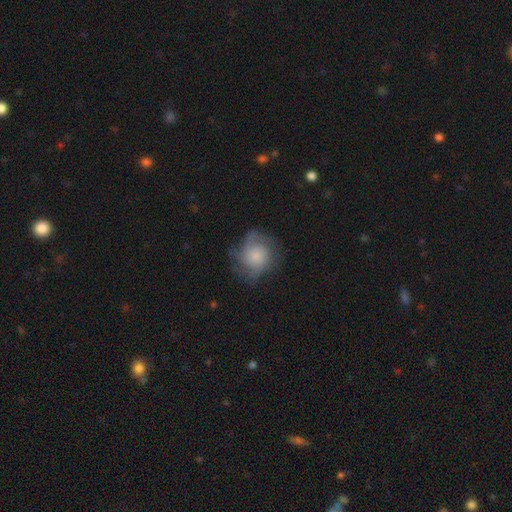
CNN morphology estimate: Q: Smooth or featured?
A: featured or disk (49%); runner-up: smooth (43%)
Q: Merging?
A: none (62%); runner-up: minor disturbance (23%)